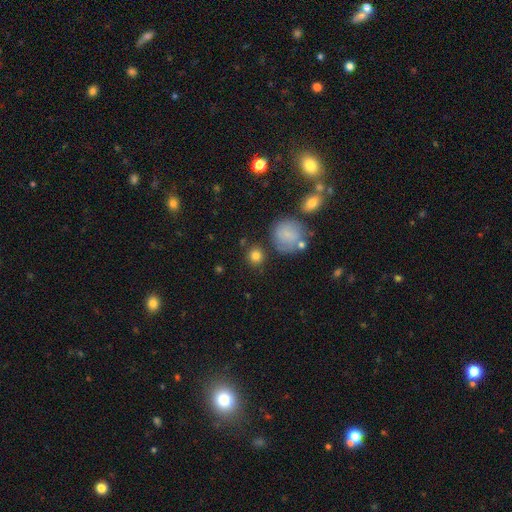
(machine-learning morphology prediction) Smooth or featured: smooth — 81% (star or artifact — 10%)
How rounded: round — 88% (in between — 11%)
Merging: none — 80% (minor disturbance — 10%)